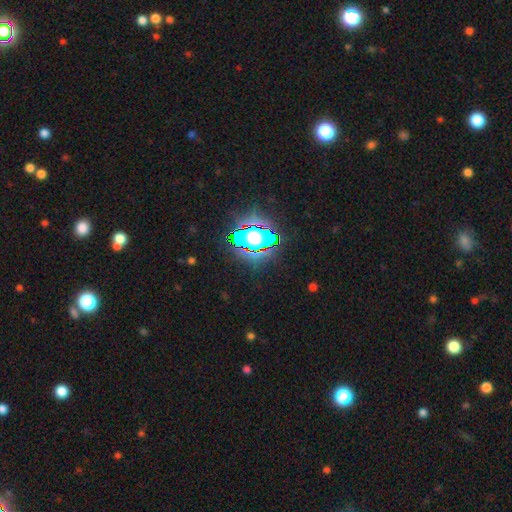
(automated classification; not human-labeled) smooth-or-featured: star or artifact: 83% | smooth: 10% | featured or disk: 7%